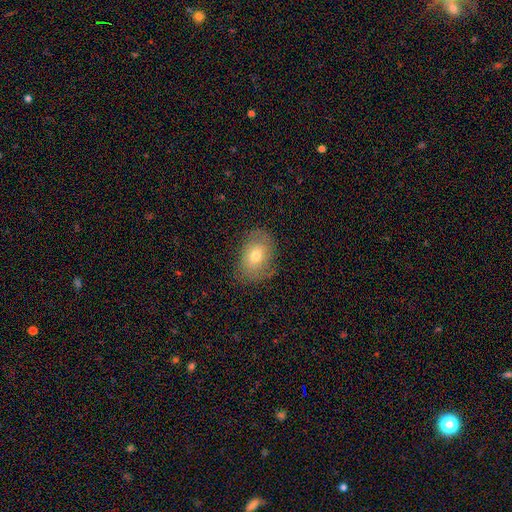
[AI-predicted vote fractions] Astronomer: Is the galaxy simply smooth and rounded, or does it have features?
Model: smooth — 62%.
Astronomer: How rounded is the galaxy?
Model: in between — 78%.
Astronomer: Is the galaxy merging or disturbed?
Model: none — 76%.